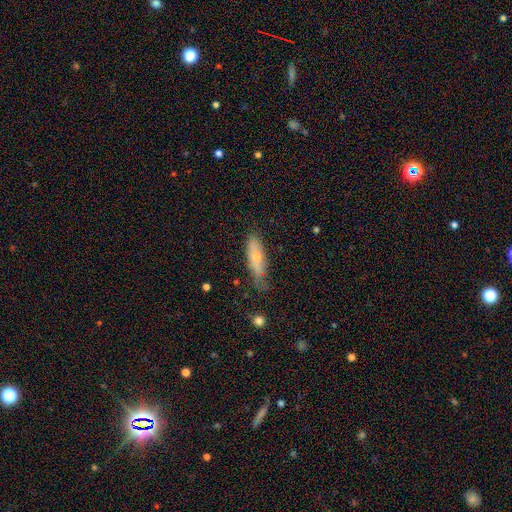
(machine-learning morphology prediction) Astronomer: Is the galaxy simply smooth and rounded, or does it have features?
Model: smooth — 58% (runner-up: featured or disk, 34%).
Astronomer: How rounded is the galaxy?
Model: cigar-shaped — 59% (runner-up: in between, 38%).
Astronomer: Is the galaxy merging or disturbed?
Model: none — 56% (runner-up: minor disturbance, 33%).